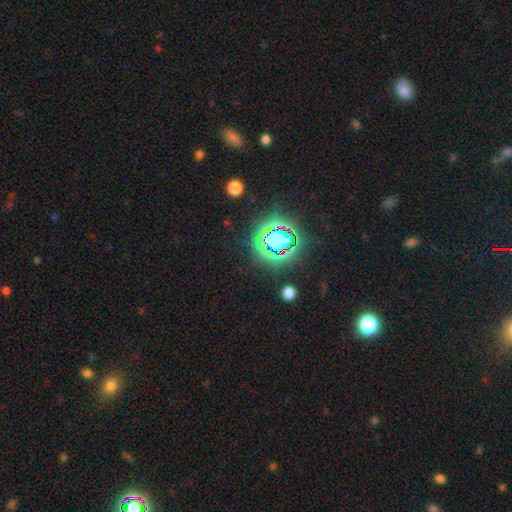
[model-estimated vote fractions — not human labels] A star or artifact, not a galaxy (77%).

Vote fractions:
- Smooth or featured? star or artifact: 77% / smooth: 15% / featured or disk: 8%